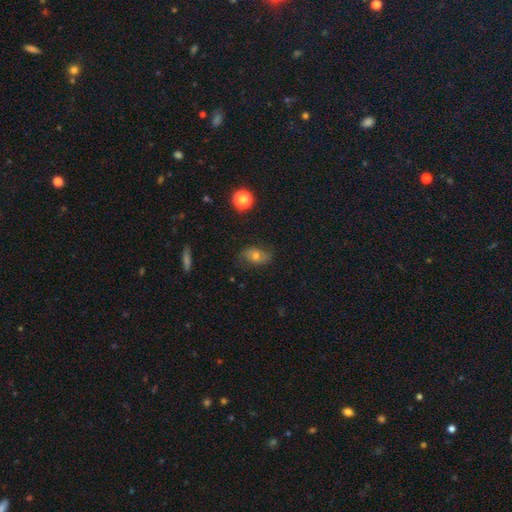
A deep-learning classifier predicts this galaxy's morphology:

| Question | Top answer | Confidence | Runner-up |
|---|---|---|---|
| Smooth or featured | smooth | 52% | featured or disk (36%) |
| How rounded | in between | 81% | round (17%) |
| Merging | none | 71% | minor disturbance (20%) |